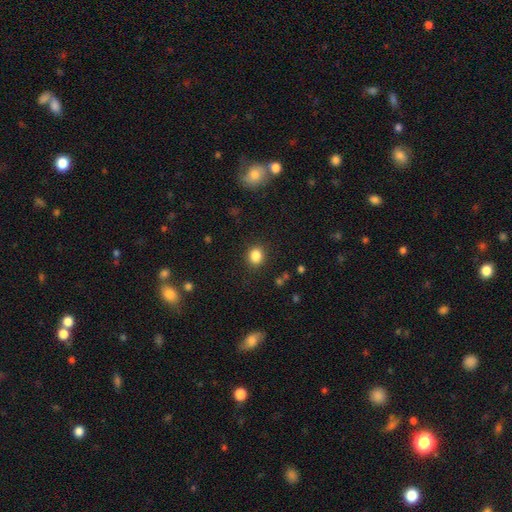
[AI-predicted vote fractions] smooth 85%, star or artifact 11%, featured or disk 5%. Down the decision tree: how rounded — round (67%); merging — none (88%).